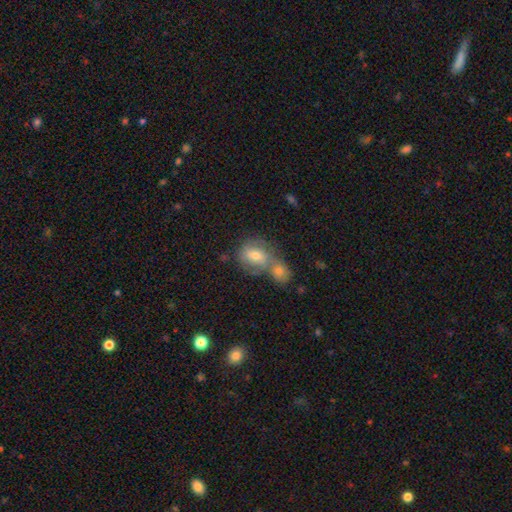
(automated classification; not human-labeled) A smooth galaxy with no disk features (54%) that is in between round and cigar-shaped (56%).

Vote fractions:
- Smooth or featured? smooth: 54% / featured or disk: 35% / star or artifact: 11%
- How rounded? in between: 56% / round: 42% / cigar-shaped: 2%
- Merging? merger: 53% / none: 31% / minor disturbance: 11% / major disturbance: 5%